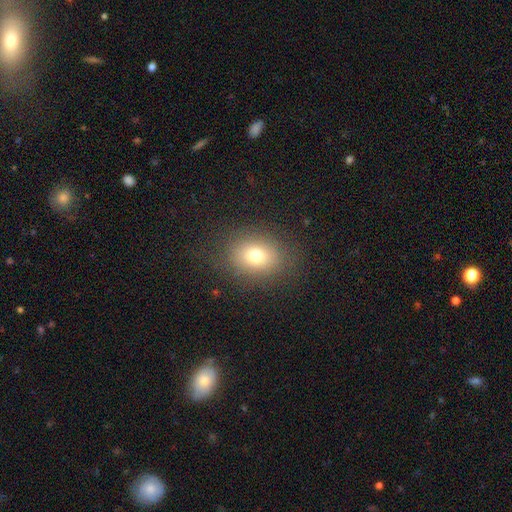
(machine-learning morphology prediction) A smooth galaxy with no disk features (74%) that is round (53%).

Vote fractions:
- Smooth or featured? smooth: 74% / star or artifact: 14% / featured or disk: 12%
- How rounded? round: 53% / in between: 46% / cigar-shaped: 1%
- Merging? none: 83% / minor disturbance: 10% / major disturbance: 6% / merger: 1%